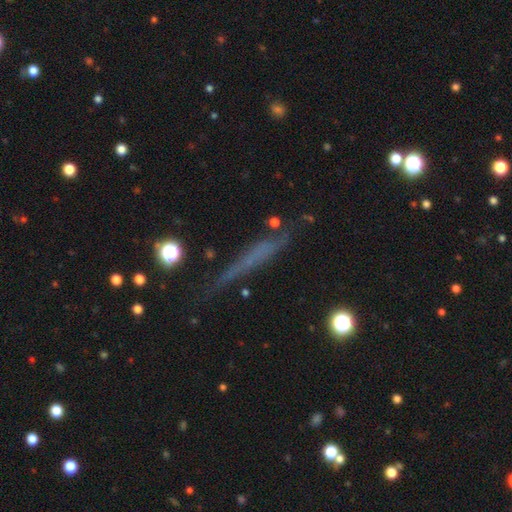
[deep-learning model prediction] Smooth or featured?
  - featured or disk: 42% *
  - smooth: 40%
  - star or artifact: 17%
Merging?
  - none: 74% *
  - minor disturbance: 17%
  - major disturbance: 6%
  - merger: 3%